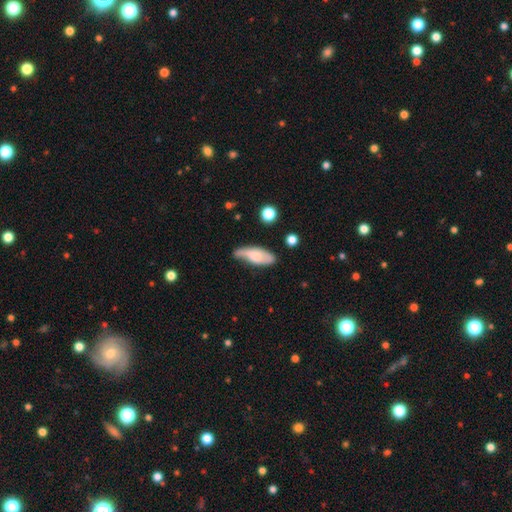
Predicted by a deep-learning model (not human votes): Q: Smooth or featured?
A: smooth (58%); runner-up: featured or disk (35%)
Q: How rounded?
A: in between (71%); runner-up: cigar-shaped (27%)
Q: Merging?
A: none (49%); runner-up: minor disturbance (35%)